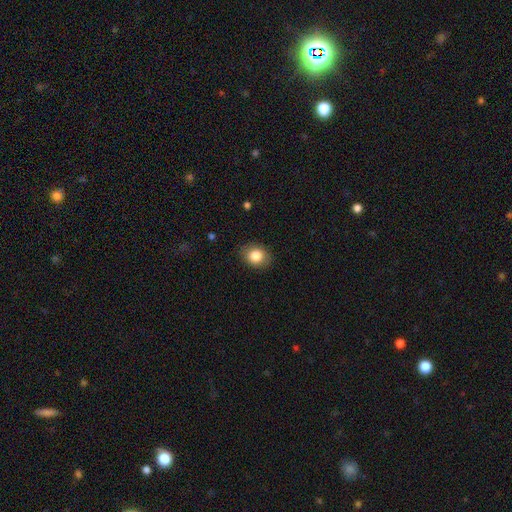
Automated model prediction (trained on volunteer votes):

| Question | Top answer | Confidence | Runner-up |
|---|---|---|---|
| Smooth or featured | smooth | 84% | star or artifact (9%) |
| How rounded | round | 52% | in between (47%) |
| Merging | none | 86% | minor disturbance (11%) |